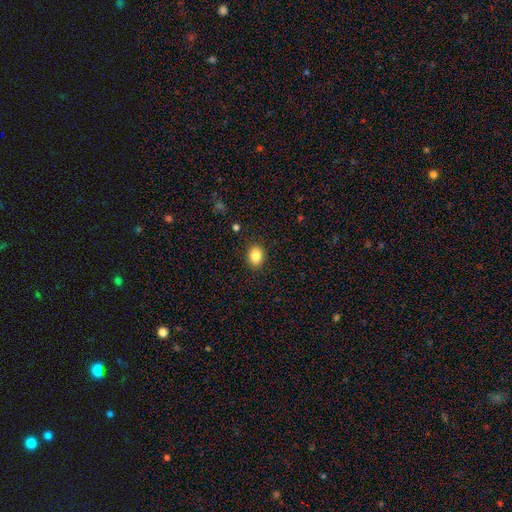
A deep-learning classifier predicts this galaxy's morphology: Overall: smooth (85%). How rounded: in between (53%; round 46%). Merging: none (89%).